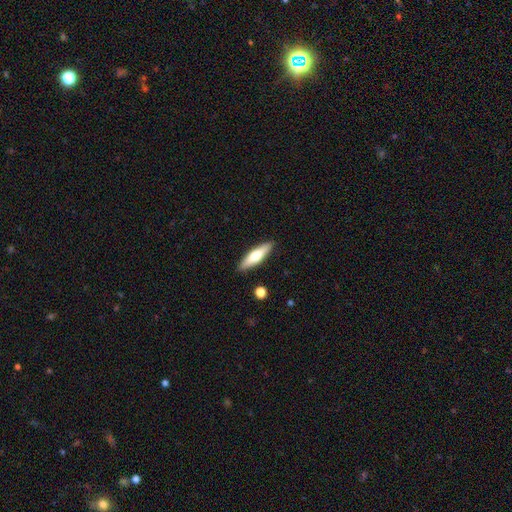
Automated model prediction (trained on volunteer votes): A smooth galaxy with no disk features (55%) that is cigar-shaped (67%).

Vote fractions:
- Smooth or featured? smooth: 55% / featured or disk: 39% / star or artifact: 6%
- How rounded? cigar-shaped: 67% / in between: 32% / round: 2%
- Merging? none: 89% / minor disturbance: 7% / major disturbance: 2% / merger: 2%